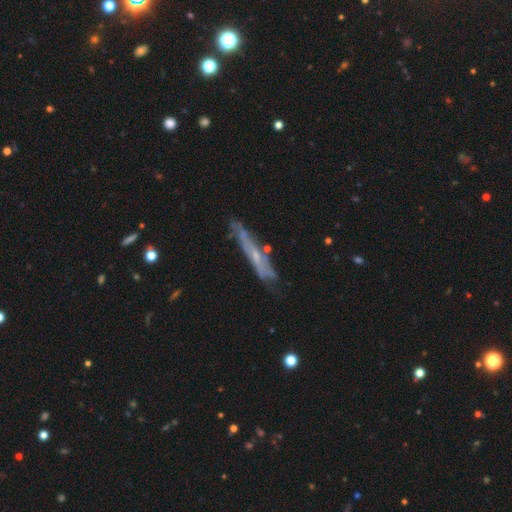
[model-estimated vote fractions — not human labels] Smooth or featured? Predicted: featured or disk (p=0.62). Edge-on disk? Predicted: yes (p=0.71). Merging? Predicted: none (p=0.65).